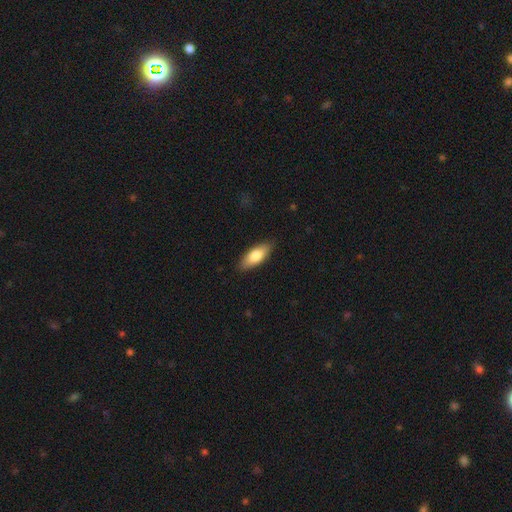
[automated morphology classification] This appears to be a smooth galaxy with no disk features (78%) that is in between round and cigar-shaped (75%). Merging: none (87%).